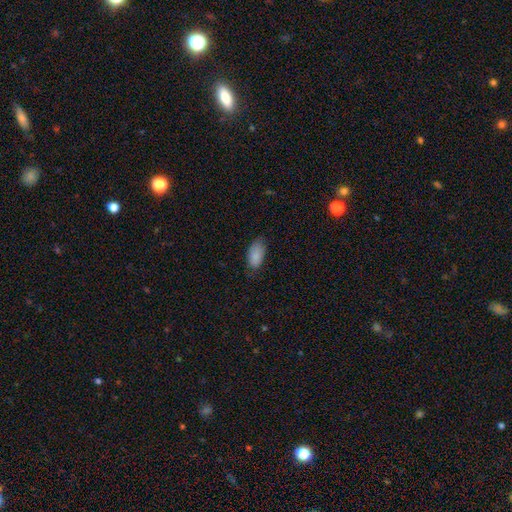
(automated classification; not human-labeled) This is clearly a smooth galaxy (88%). How rounded: clearly in between (93%). Merging: likely none (71%).